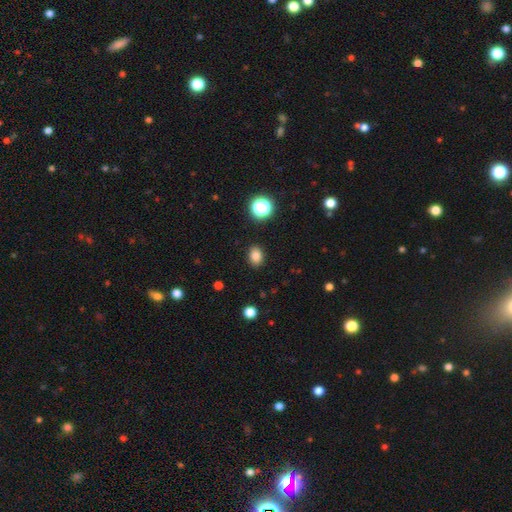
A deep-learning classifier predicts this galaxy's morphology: smooth 83%, star or artifact 12%, featured or disk 5%. Down the decision tree: how rounded — in between (66%); merging — none (88%).